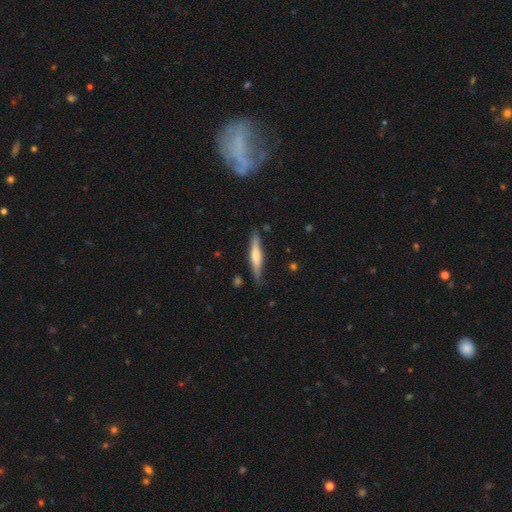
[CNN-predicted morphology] featured or disk 51%, smooth 43%, star or artifact 6%. Down the decision tree: edge-on disk — yes (95%); merging — none (84%).